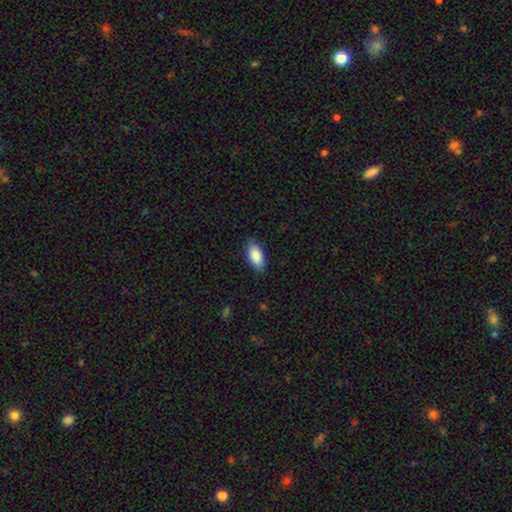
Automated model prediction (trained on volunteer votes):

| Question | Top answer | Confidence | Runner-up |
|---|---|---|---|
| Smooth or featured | smooth | 88% | featured or disk (6%) |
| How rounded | in between | 91% | cigar-shaped (7%) |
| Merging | none | 83% | minor disturbance (13%) |